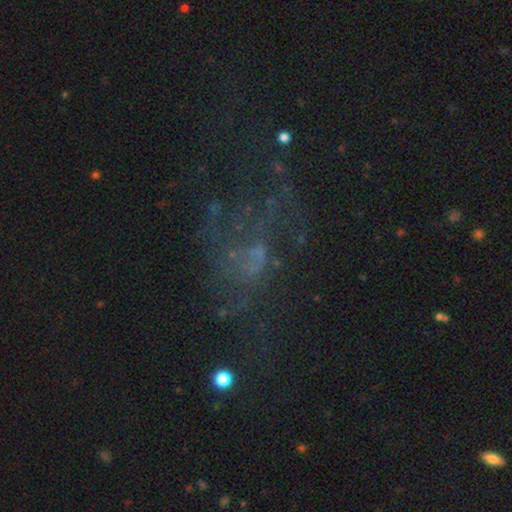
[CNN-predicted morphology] Q: Smooth or featured?
A: featured or disk (47%); runner-up: star or artifact (31%)
Q: Merging?
A: major disturbance (40%); tied with: none (40%)